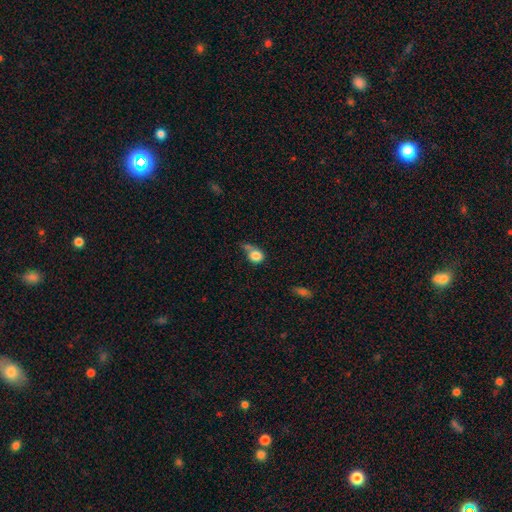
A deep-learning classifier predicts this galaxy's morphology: Q: Smooth or featured?
A: smooth (81%); runner-up: featured or disk (10%)
Q: How rounded?
A: round (71%); runner-up: in between (27%)
Q: Merging?
A: none (37%); runner-up: minor disturbance (23%)